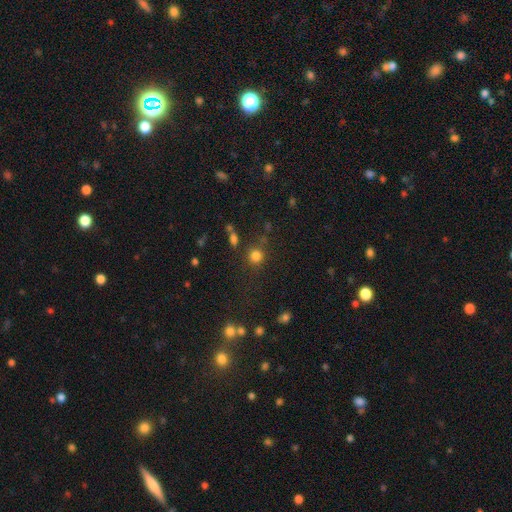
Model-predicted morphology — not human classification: Overall: smooth (79%). How rounded: round (89%). Merging: none (77%).